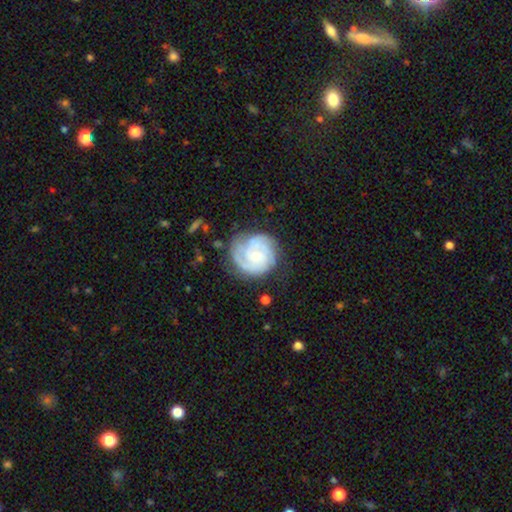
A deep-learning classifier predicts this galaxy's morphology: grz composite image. It shows a featured or disk galaxy (76%) with no bar (70%), 2 (30%) tight (62%) spiral arms (91%) and a small central bulge (55%). Merging: none (68%).